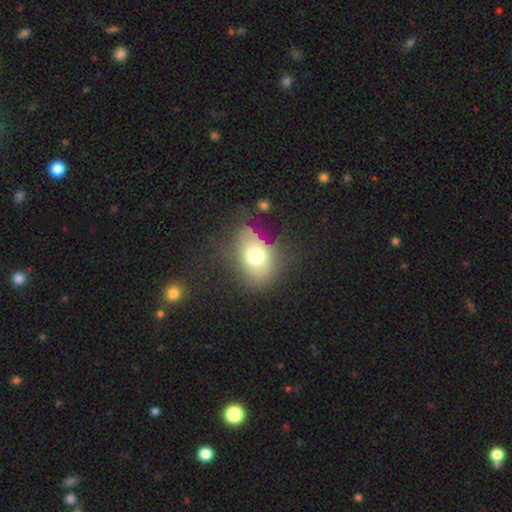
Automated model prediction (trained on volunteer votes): This appears to be a smooth galaxy with no disk features (68%) that is in between round and cigar-shaped (59%). Merging: none (62%).